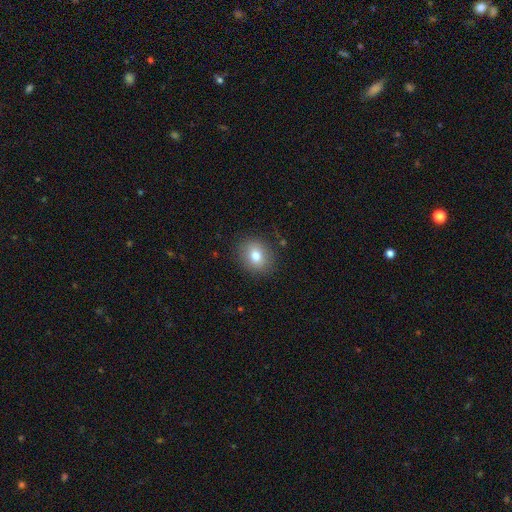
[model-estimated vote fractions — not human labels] Smooth or featured?
  - smooth: 77% *
  - featured or disk: 12%
  - star or artifact: 10%
How rounded?
  - round: 62% *
  - in between: 36%
  - cigar-shaped: 1%
Merging?
  - none: 86% *
  - minor disturbance: 10%
  - major disturbance: 3%
  - merger: 1%